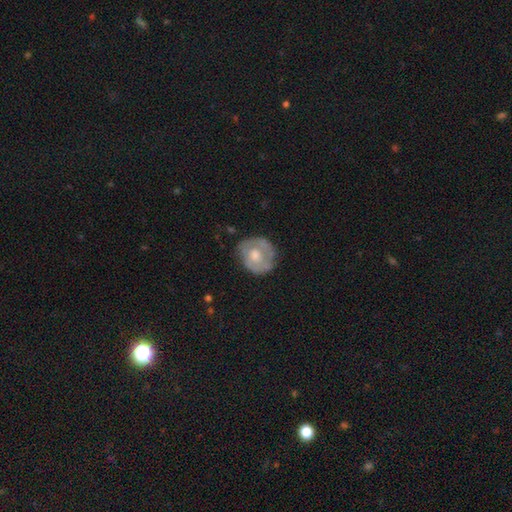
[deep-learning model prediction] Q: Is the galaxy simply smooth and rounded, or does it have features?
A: featured or disk — 50%.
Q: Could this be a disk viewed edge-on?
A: no — 97%.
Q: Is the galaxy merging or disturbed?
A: none — 67%.